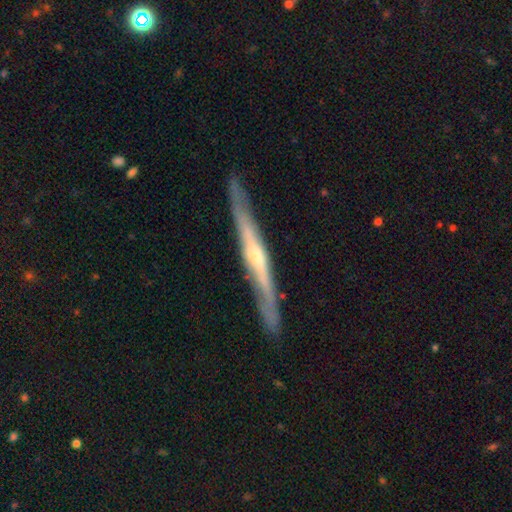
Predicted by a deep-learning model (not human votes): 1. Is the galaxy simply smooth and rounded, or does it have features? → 76% featured or disk, 19% smooth, 5% star or artifact.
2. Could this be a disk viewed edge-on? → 95% yes, 5% no.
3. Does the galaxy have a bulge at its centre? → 61% rounded, 28% none, 11% boxy.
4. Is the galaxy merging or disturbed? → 86% none, 11% minor disturbance, 2% major disturbance, 1% merger.